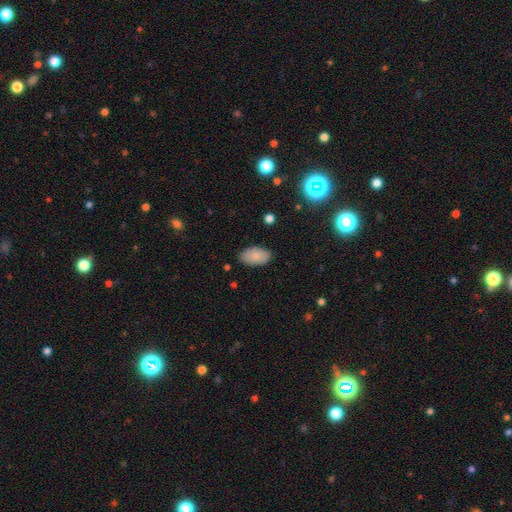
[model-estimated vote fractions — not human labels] Overall: smooth (84%). How rounded: in between (94%). Merging: none (85%).